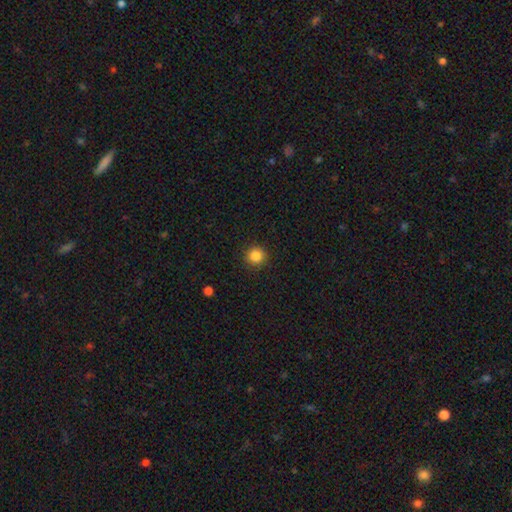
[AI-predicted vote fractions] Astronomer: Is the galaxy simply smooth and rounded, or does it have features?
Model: smooth — 85%.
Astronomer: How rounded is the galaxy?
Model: round — 94%.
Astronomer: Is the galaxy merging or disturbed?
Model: none — 91%.